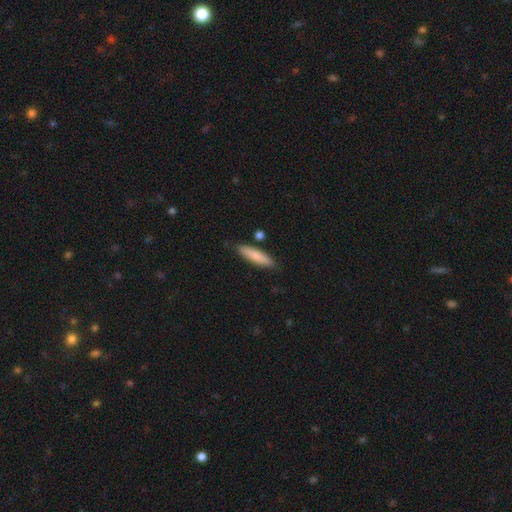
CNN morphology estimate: Smooth or featured? Predicted: smooth (p=0.81). How rounded? Predicted: cigar-shaped (p=0.78). Merging? Predicted: none (p=0.84).